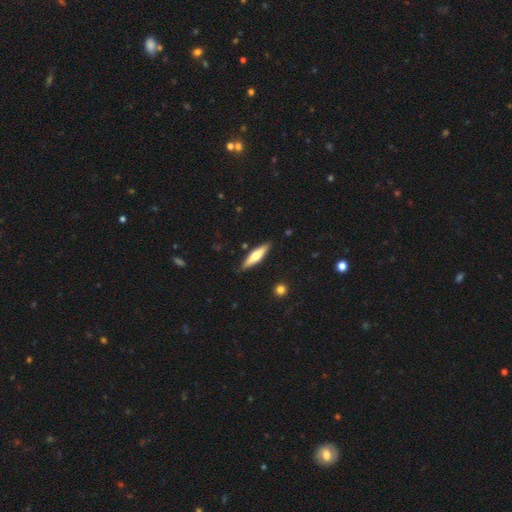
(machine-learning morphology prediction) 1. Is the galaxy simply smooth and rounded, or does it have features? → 54% smooth, 41% featured or disk, 5% star or artifact.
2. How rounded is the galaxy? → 72% cigar-shaped, 27% in between, 2% round.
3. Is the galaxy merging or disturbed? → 86% none, 10% minor disturbance, 2% major disturbance, 2% merger.